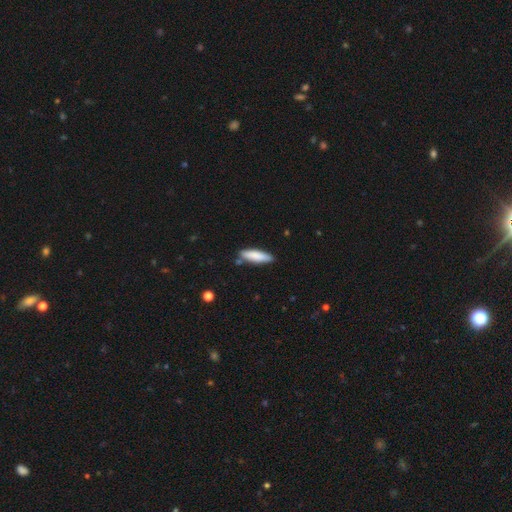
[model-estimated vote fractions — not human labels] Morphology: type=smooth (82%); roundness=cigar-shaped (67%); merging=none (80%).